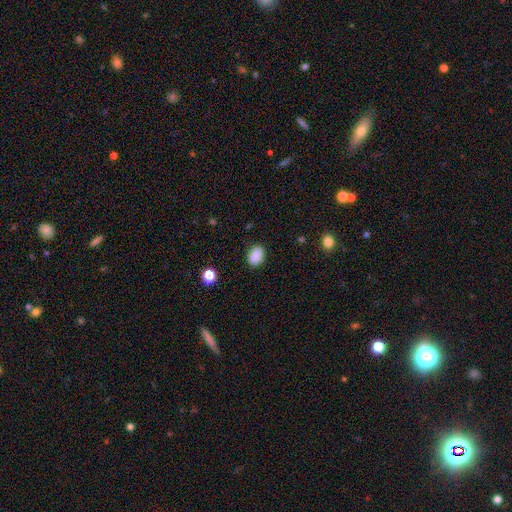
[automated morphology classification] smooth 88%, star or artifact 9%, featured or disk 3%. Down the decision tree: how rounded — in between (70%); merging — none (87%).